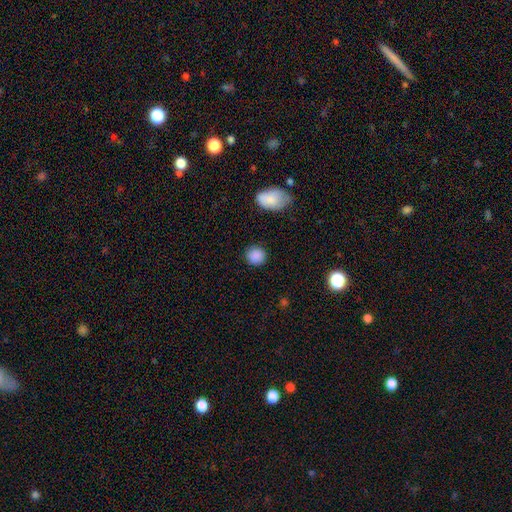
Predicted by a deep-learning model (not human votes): Smooth or featured?
  - smooth: 88% *
  - star or artifact: 8%
  - featured or disk: 4%
How rounded?
  - round: 87% *
  - in between: 11%
  - cigar-shaped: 1%
Merging?
  - none: 86% *
  - minor disturbance: 9%
  - major disturbance: 3%
  - merger: 2%